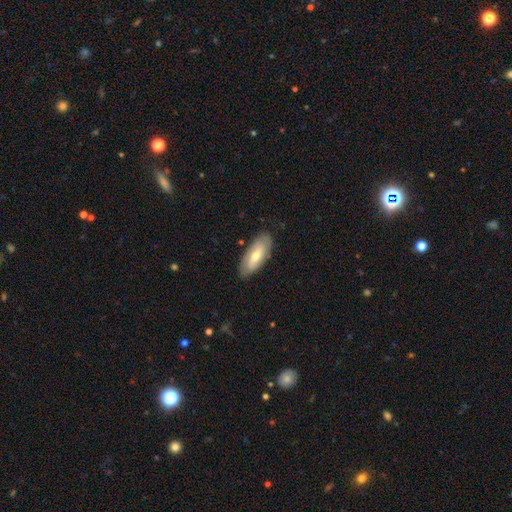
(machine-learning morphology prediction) type=smooth (59%); roundness=in between (82%); merging=none (84%).